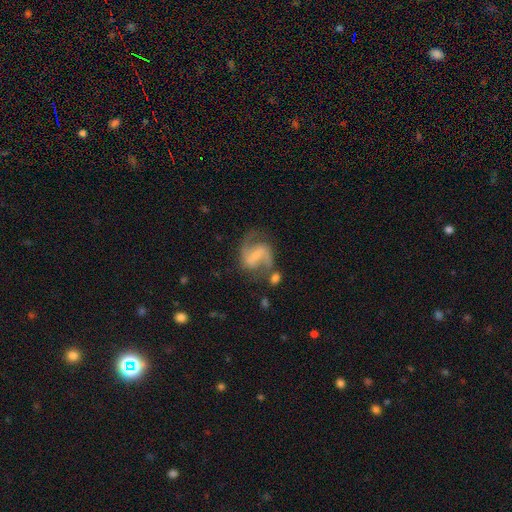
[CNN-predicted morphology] smooth_or_featured: featured or disk (p=0.84) [alt: smooth p=0.10]
disk_edge_on: no (p=0.98) [alt: yes p=0.02]
bar: weak (p=0.44) [alt: strong p=0.38]
has_spiral_arms: yes (p=0.95) [alt: no p=0.05]
spiral_winding: medium (p=0.52) [alt: loose p=0.36]
spiral_arm_count: 2 (p=0.90) [alt: can't tell p=0.03]
bulge_size: small (p=0.45) [alt: none p=0.28]
merging: none (p=0.62) [alt: minor disturbance p=0.18]